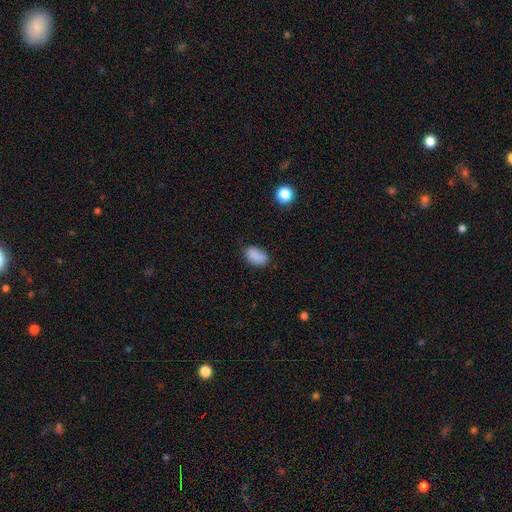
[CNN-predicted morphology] A smooth galaxy with no disk features (84%) that is in between round and cigar-shaped (88%).

Vote fractions:
- Smooth or featured? smooth: 84% / star or artifact: 10% / featured or disk: 6%
- How rounded? in between: 88% / round: 10% / cigar-shaped: 2%
- Merging? none: 68% / minor disturbance: 23% / major disturbance: 6% / merger: 3%